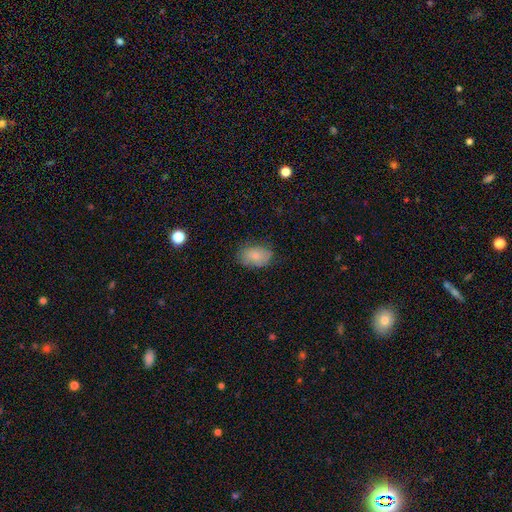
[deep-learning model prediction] Q: Smooth or featured?
A: smooth (80%); runner-up: featured or disk (12%)
Q: How rounded?
A: in between (86%); runner-up: round (13%)
Q: Merging?
A: none (72%); runner-up: minor disturbance (22%)